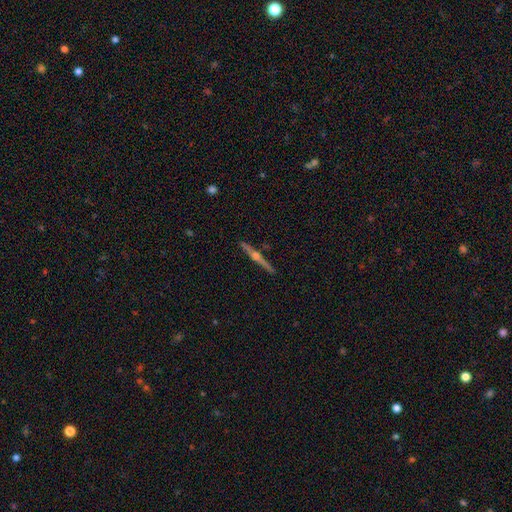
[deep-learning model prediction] A featured or disk galaxy (82%) viewed edge-on (98%) with a rounded central bulge (90%). Merging: none (91%).